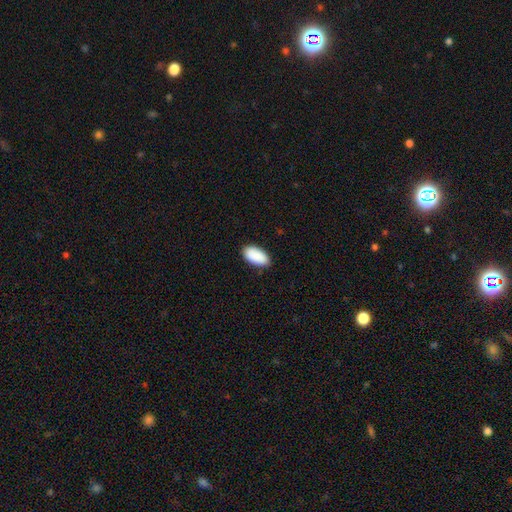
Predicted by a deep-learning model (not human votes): smooth_or_featured: smooth (p=0.90) [alt: star or artifact p=0.06]
how_rounded: in between (p=0.95) [alt: cigar-shaped p=0.03]
merging: none (p=0.84) [alt: minor disturbance p=0.13]